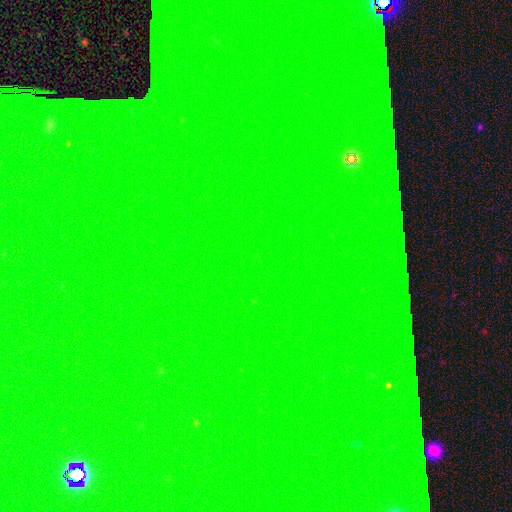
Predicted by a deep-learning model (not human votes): Overall: star or artifact (82%).